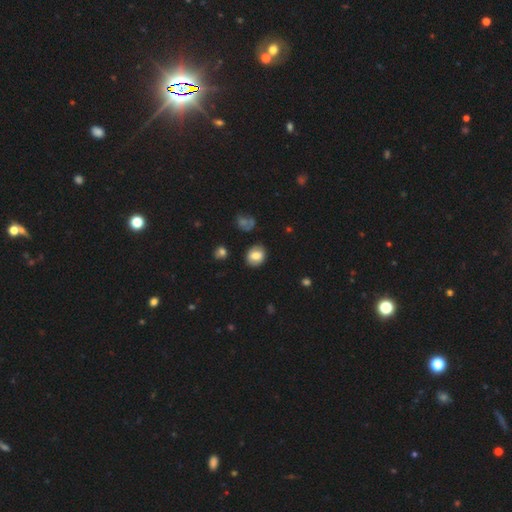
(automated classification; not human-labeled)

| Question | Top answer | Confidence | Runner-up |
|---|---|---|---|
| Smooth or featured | smooth | 75% | featured or disk (16%) |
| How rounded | round | 54% | in between (44%) |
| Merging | none | 81% | minor disturbance (13%) |